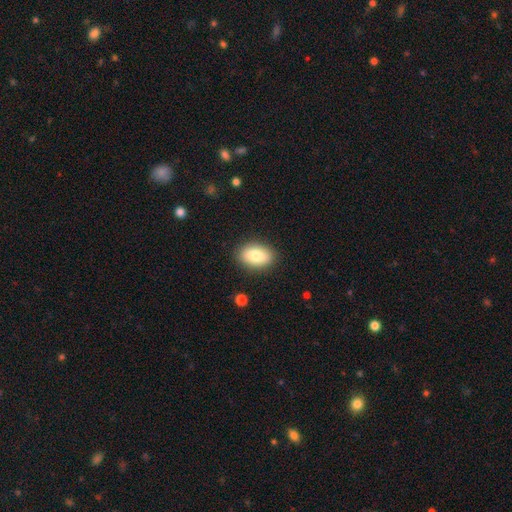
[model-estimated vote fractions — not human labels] smooth-or-featured: smooth: 82% | featured or disk: 11% | star or artifact: 7%
  how-rounded: in between: 87% | round: 11% | cigar-shaped: 2%
  merging: none: 88% | minor disturbance: 9% | major disturbance: 2% | merger: 1%